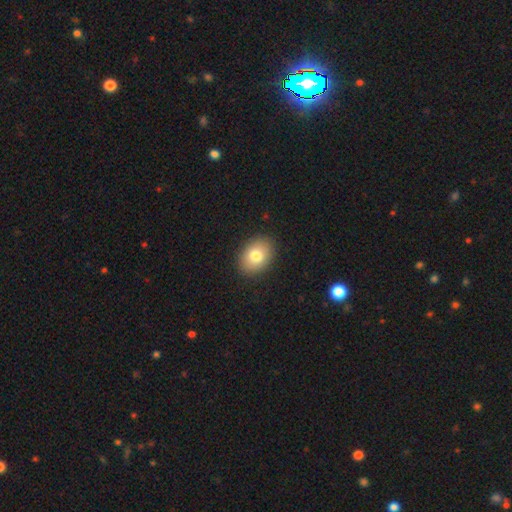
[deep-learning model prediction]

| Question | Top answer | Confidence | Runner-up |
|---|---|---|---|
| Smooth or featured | smooth | 79% | featured or disk (12%) |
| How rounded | in between | 70% | round (29%) |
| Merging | none | 89% | minor disturbance (8%) |